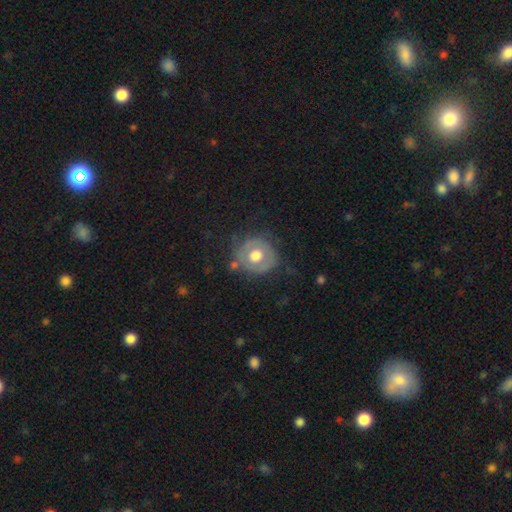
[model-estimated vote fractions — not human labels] This is possibly a smooth galaxy (47%). Merging: likely none (66%).